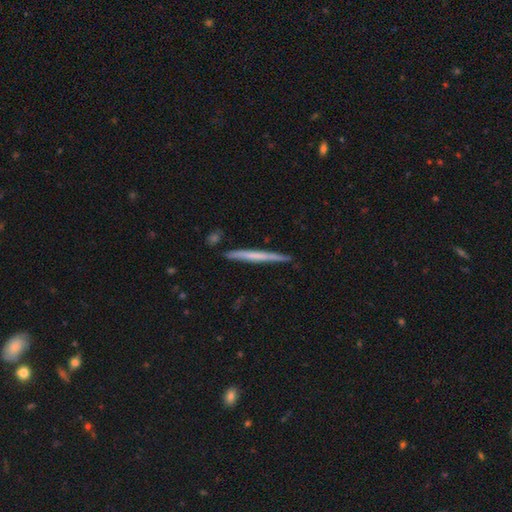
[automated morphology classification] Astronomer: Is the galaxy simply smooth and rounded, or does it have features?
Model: smooth — 48% (runner-up: featured or disk, 47%).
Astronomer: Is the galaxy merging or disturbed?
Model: none — 88%.